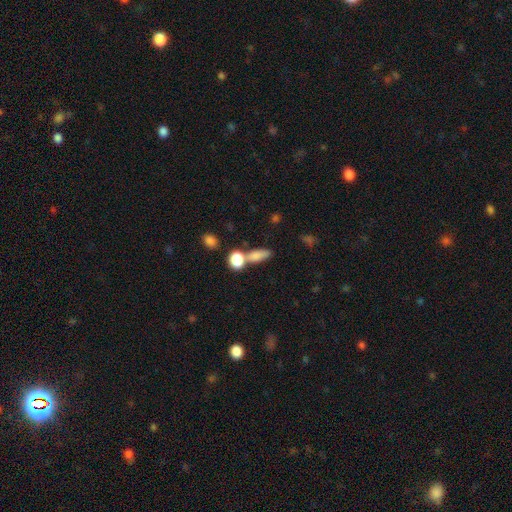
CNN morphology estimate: Q: Smooth or featured?
A: smooth (80%); runner-up: star or artifact (10%)
Q: How rounded?
A: in between (65%); runner-up: round (18%)
Q: Merging?
A: none (44%); runner-up: merger (39%)